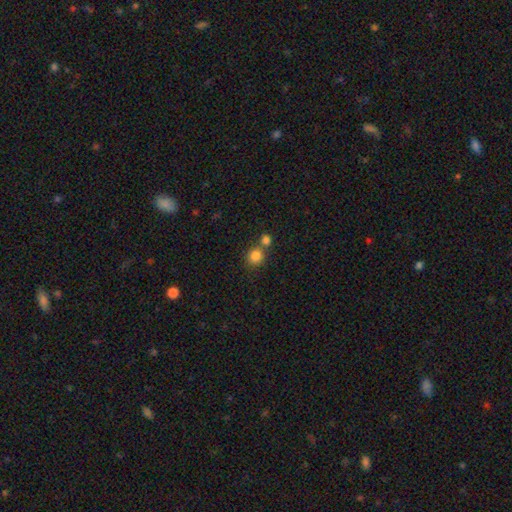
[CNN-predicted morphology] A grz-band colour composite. It shows a smooth galaxy with no disk features (84%) that is round (88%). Merging: none (59%).